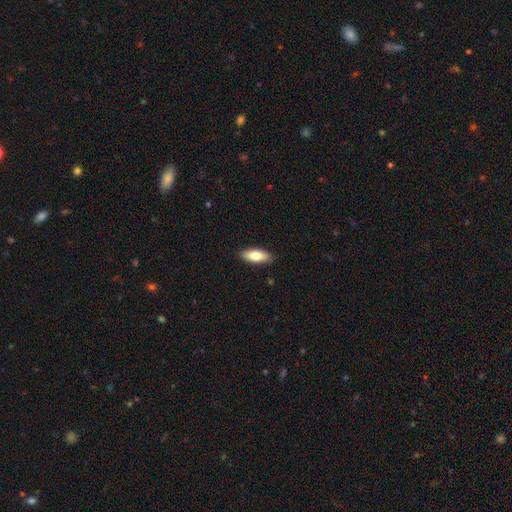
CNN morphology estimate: A smooth galaxy with no disk features (79%) that is in between round and cigar-shaped (75%). Merging: none (89%).